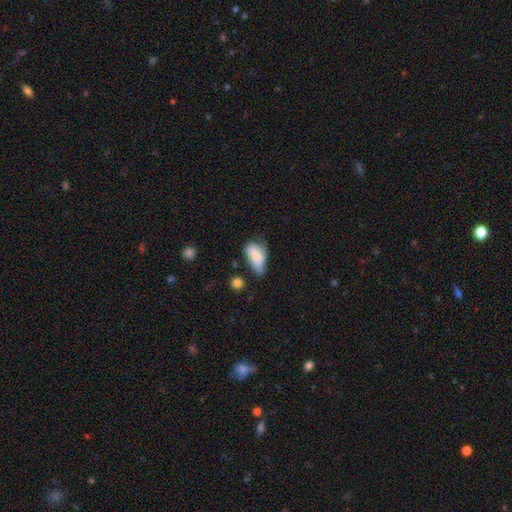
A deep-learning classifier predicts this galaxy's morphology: smooth-or-featured: smooth: 68% | featured or disk: 25% | star or artifact: 7%
  how-rounded: in between: 89% | round: 6% | cigar-shaped: 5%
  merging: minor disturbance: 42% | none: 33% | major disturbance: 18% | merger: 7%